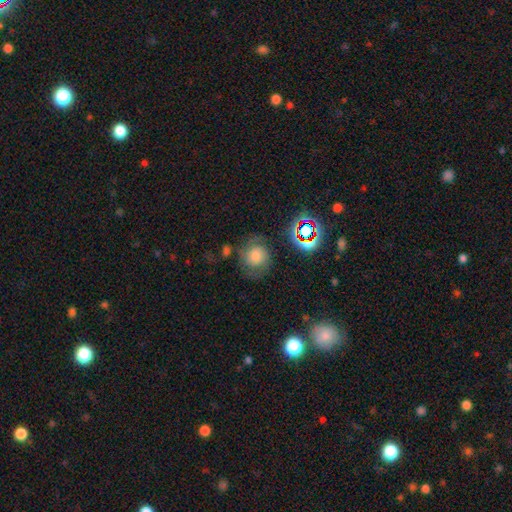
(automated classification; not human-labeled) smooth_or_featured: smooth (p=0.41) [tied with: featured or disk p=0.41]
merging: none (p=0.64) [alt: minor disturbance p=0.19]